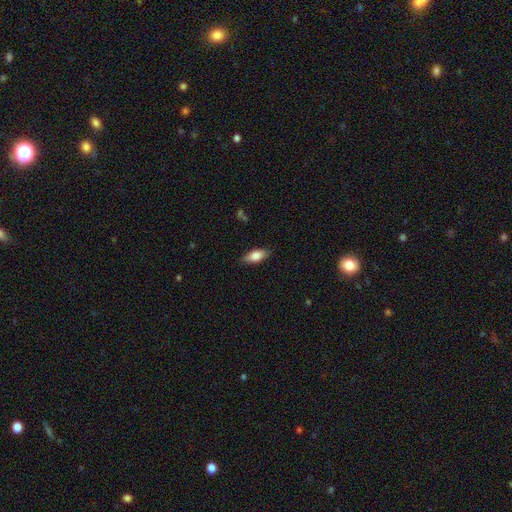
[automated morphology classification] This appears to be a smooth galaxy with no disk features (75%) that is in between round and cigar-shaped (80%). Merging: none (85%).